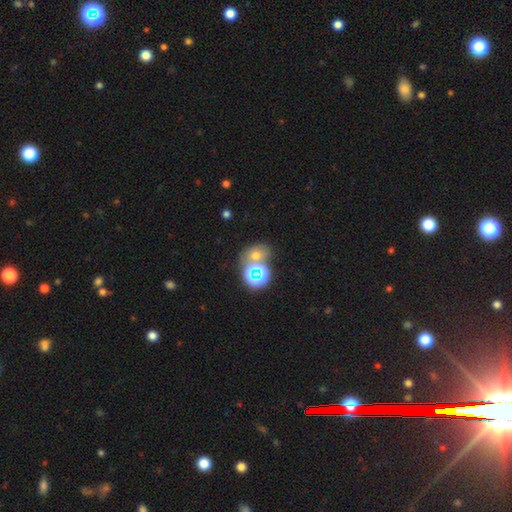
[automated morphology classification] Smooth or featured? Predicted: smooth (p=0.55). How rounded? Predicted: in between (p=0.55). Merging? Predicted: none (p=0.52).